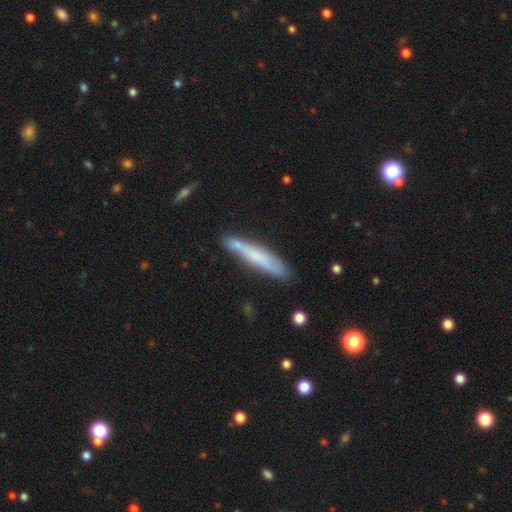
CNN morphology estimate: Q: Smooth or featured?
A: smooth (58%); runner-up: featured or disk (35%)
Q: How rounded?
A: cigar-shaped (92%); runner-up: in between (7%)
Q: Merging?
A: none (74%); runner-up: minor disturbance (16%)